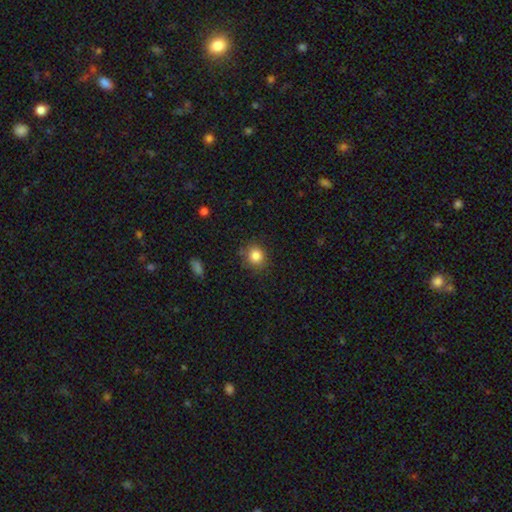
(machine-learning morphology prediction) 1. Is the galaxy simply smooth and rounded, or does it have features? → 84% smooth, 10% star or artifact, 6% featured or disk.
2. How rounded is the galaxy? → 82% round, 17% in between, 1% cigar-shaped.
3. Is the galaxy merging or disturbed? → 81% none, 14% minor disturbance, 4% major disturbance, 2% merger.